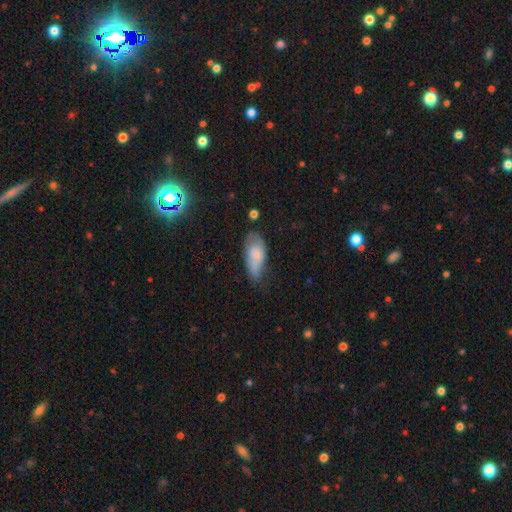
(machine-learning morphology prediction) Overall: smooth (68%). How rounded: in between (87%). Merging: none (43%; minor disturbance 39%).